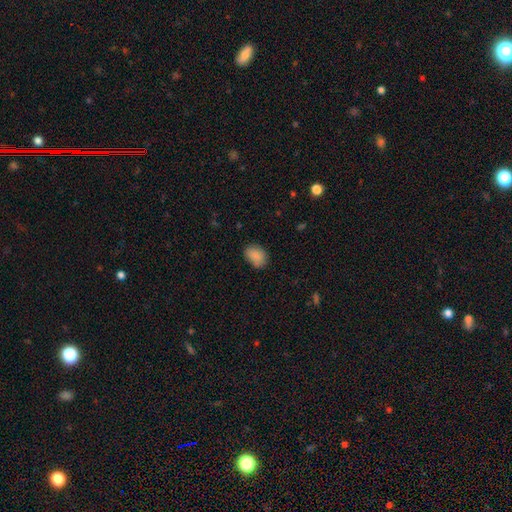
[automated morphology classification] A smooth galaxy with no disk features (87%) that is in between round and cigar-shaped (72%). Merging: none (75%).